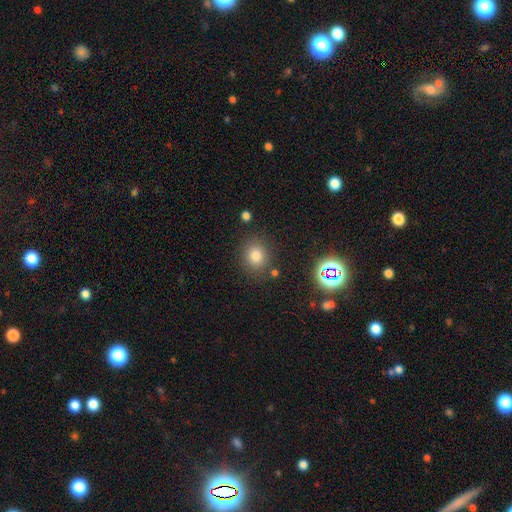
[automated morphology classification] smooth-or-featured: smooth: 79% | star or artifact: 14% | featured or disk: 7%
  how-rounded: round: 74% | in between: 25% | cigar-shaped: 1%
  merging: none: 82% | minor disturbance: 10% | merger: 4% | major disturbance: 4%